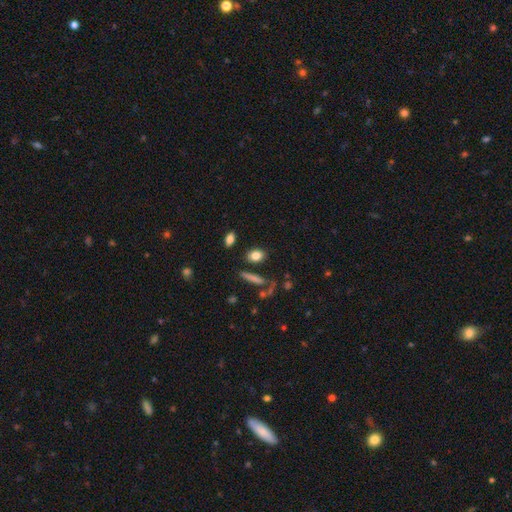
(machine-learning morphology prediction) smooth 84%, star or artifact 9%, featured or disk 7%. Down the decision tree: how rounded — in between (75%); merging — none (82%).